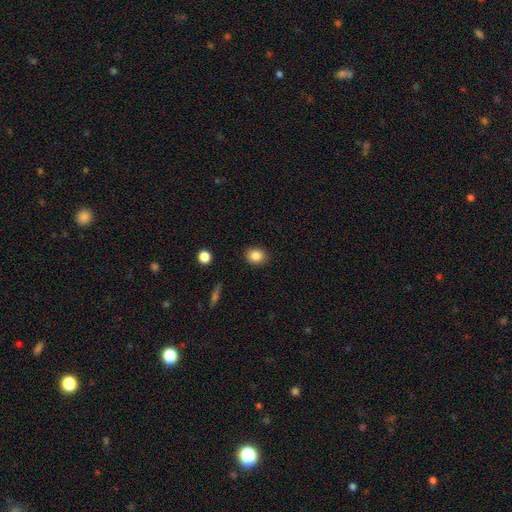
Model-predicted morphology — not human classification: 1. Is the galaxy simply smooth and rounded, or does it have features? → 85% smooth, 9% star or artifact, 6% featured or disk.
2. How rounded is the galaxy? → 58% round, 41% in between, 1% cigar-shaped.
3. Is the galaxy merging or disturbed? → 88% none, 8% minor disturbance, 2% major disturbance, 1% merger.